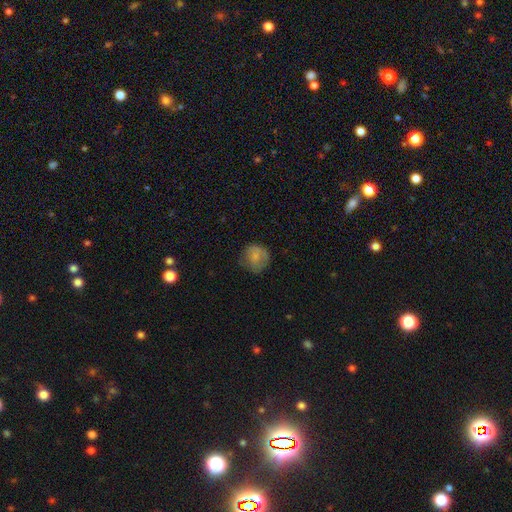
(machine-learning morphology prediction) smooth-or-featured: smooth: 74% | featured or disk: 17% | star or artifact: 9%
  how-rounded: round: 85% | in between: 14% | cigar-shaped: 1%
  merging: none: 63% | minor disturbance: 25% | major disturbance: 11% | merger: 1%